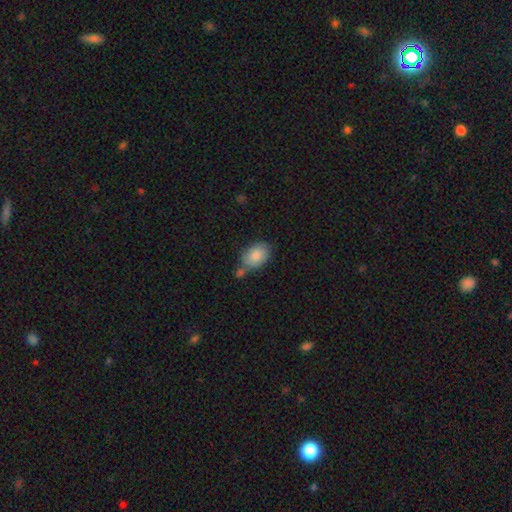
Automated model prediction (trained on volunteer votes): A smooth galaxy with no disk features (84%) that is in between round and cigar-shaped (82%). Merging: none (55%).